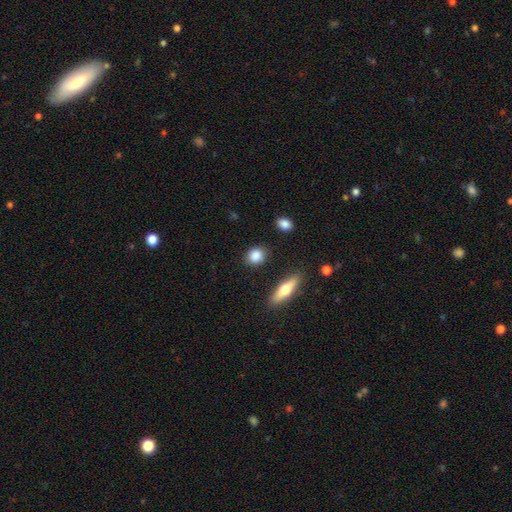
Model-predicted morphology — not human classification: Smooth or featured? smooth (85%)
How rounded? round (63%)
Merging? none (84%)